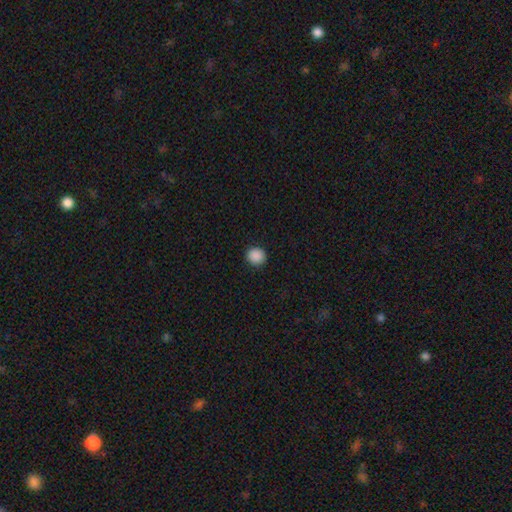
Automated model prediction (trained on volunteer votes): This is clearly a smooth galaxy (89%). How rounded: clearly round (89%). Merging: clearly none (92%).